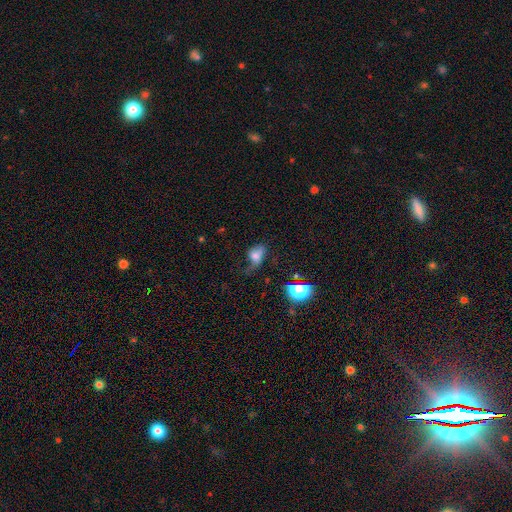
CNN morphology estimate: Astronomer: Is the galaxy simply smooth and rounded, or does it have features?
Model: smooth — 64%.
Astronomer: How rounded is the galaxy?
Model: in between — 75%.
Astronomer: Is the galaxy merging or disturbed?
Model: major disturbance — 33% (runner-up: none, 32%).